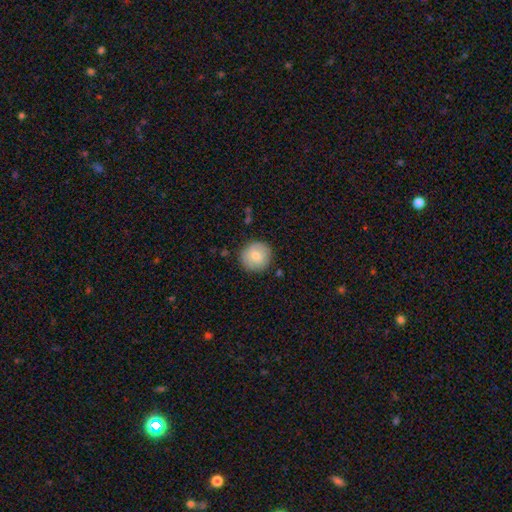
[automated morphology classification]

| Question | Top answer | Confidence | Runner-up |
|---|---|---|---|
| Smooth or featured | smooth | 79% | featured or disk (13%) |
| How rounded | round | 94% | in between (5%) |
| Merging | none | 87% | minor disturbance (9%) |